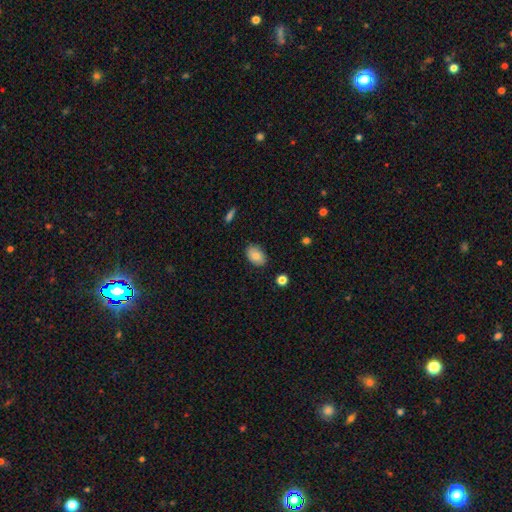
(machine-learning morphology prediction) Smooth or featured? smooth (85%)
How rounded? in between (87%)
Merging? none (84%)